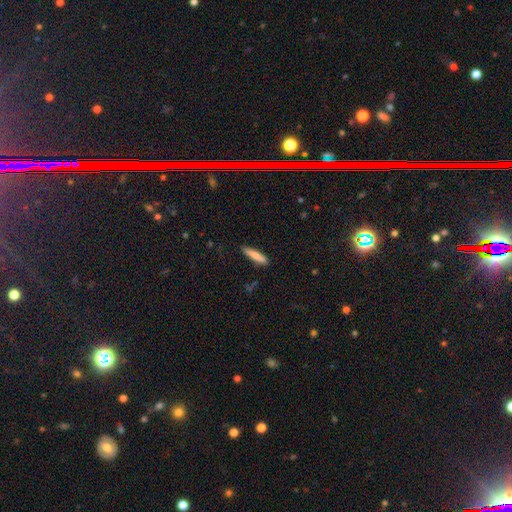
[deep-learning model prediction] A smooth galaxy with no disk features (80%) that is cigar-shaped (88%). Merging: none (88%).